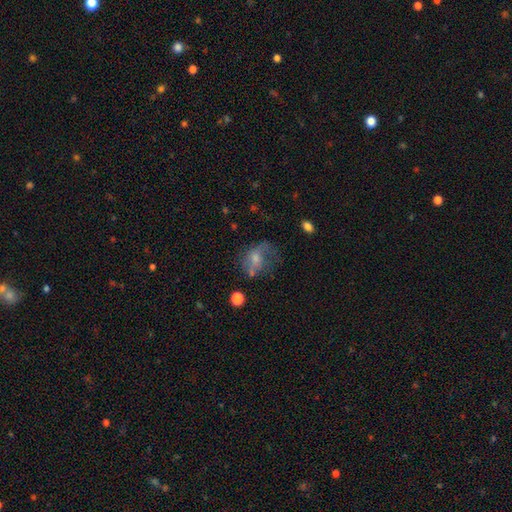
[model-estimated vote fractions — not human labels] smooth_or_featured: smooth (p=0.43) [alt: featured or disk p=0.41]
merging: none (p=0.43) [alt: major disturbance p=0.27]